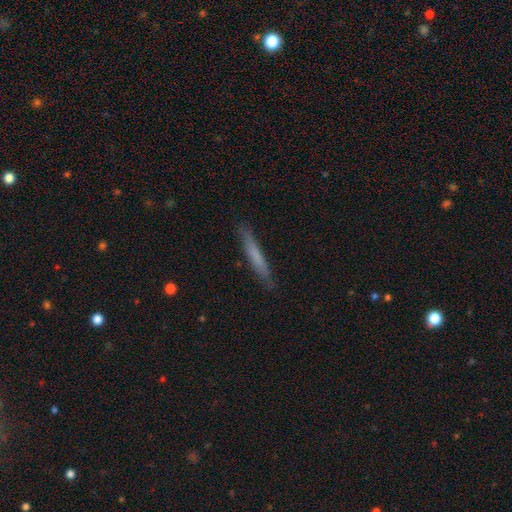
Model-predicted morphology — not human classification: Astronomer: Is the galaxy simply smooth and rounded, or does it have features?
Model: smooth — 66%.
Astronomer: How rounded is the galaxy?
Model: cigar-shaped — 96%.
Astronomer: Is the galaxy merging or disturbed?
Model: none — 87%.